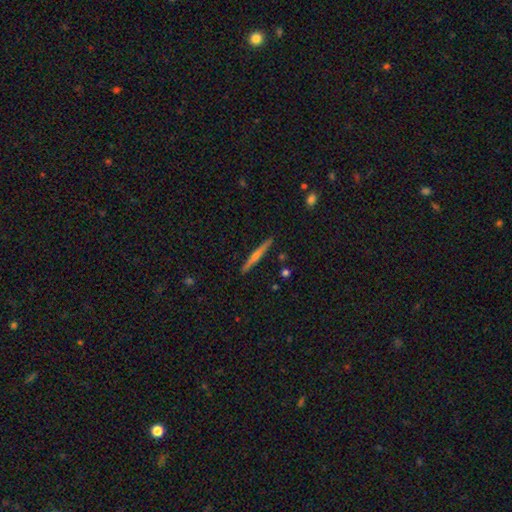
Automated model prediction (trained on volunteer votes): Q: Smooth or featured?
A: featured or disk (62%); runner-up: smooth (32%)
Q: Edge-on disk?
A: yes (98%); runner-up: no (2%)
Q: Edge-on bulge?
A: rounded (70%); runner-up: none (24%)
Q: Merging?
A: none (91%); runner-up: minor disturbance (6%)